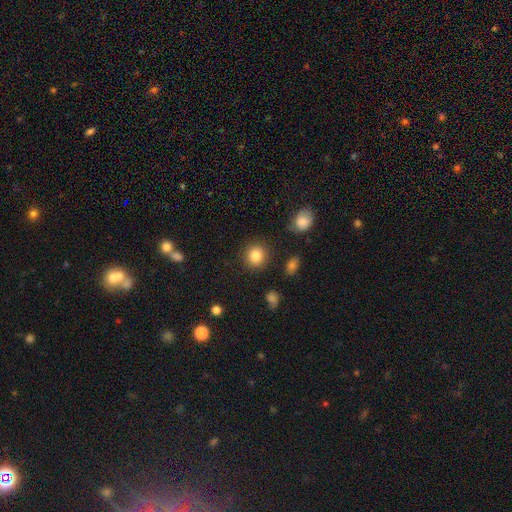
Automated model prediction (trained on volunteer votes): This is clearly a smooth galaxy (84%). How rounded: clearly round (90%). Merging: clearly none (89%).